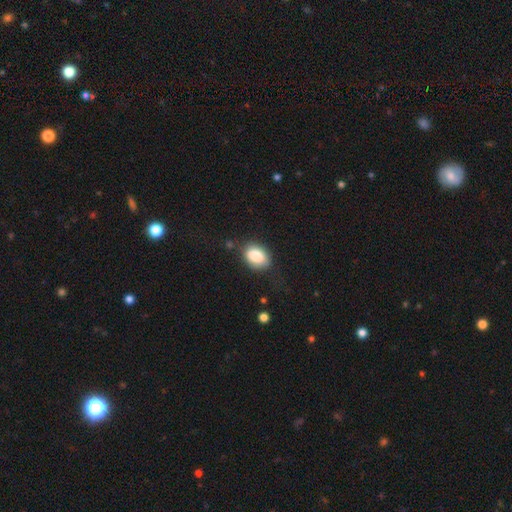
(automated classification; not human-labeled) smooth_or_featured: smooth (p=0.85) [alt: star or artifact p=0.08]
how_rounded: in between (p=0.78) [alt: round p=0.20]
merging: none (p=0.75) [alt: minor disturbance p=0.17]